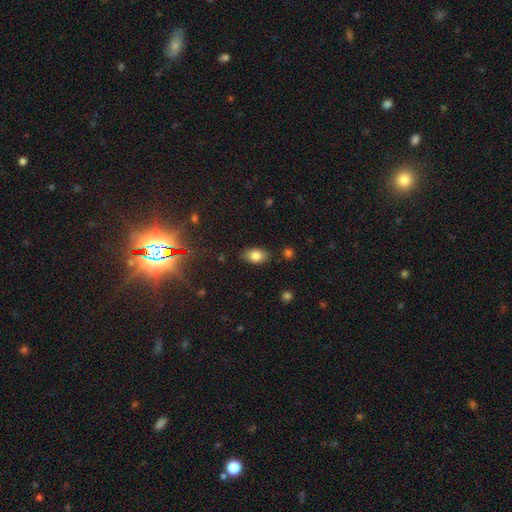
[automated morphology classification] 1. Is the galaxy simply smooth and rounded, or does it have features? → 81% smooth, 10% featured or disk, 10% star or artifact.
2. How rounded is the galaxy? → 85% in between, 13% round, 2% cigar-shaped.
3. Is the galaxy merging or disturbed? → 83% none, 12% minor disturbance, 3% major disturbance, 2% merger.